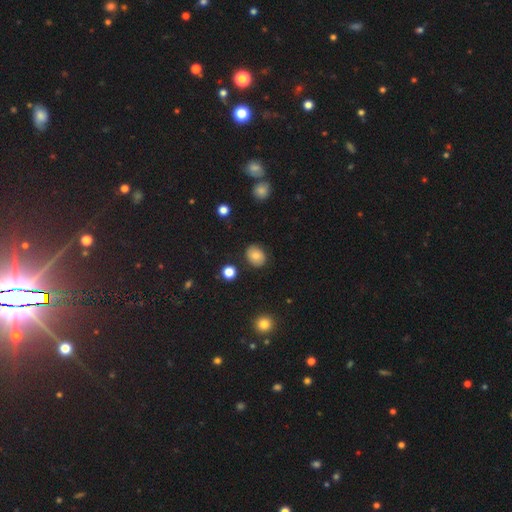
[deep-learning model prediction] A smooth galaxy with no disk features (79%) that is in between round and cigar-shaped (51%).

Vote fractions:
- Smooth or featured? smooth: 79% / featured or disk: 10% / star or artifact: 10%
- How rounded? in between: 51% / round: 48% / cigar-shaped: 1%
- Merging? none: 85% / minor disturbance: 11% / major disturbance: 3% / merger: 2%